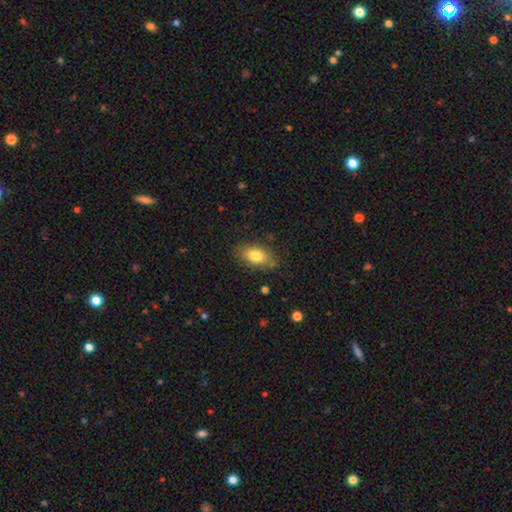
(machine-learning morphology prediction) Smooth or featured?
  - smooth: 80% *
  - featured or disk: 13%
  - star or artifact: 8%
How rounded?
  - in between: 88% *
  - round: 9%
  - cigar-shaped: 3%
Merging?
  - none: 78% *
  - minor disturbance: 16%
  - major disturbance: 4%
  - merger: 2%